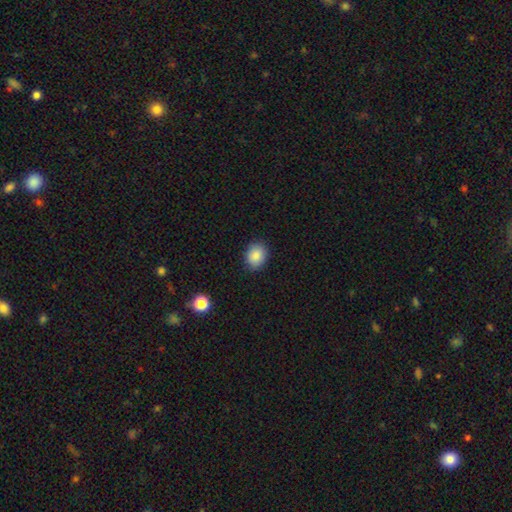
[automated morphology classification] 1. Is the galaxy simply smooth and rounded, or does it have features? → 87% smooth, 8% star or artifact, 5% featured or disk.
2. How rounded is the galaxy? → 52% in between, 47% round, 1% cigar-shaped.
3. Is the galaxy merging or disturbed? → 86% none, 10% minor disturbance, 2% major disturbance, 1% merger.